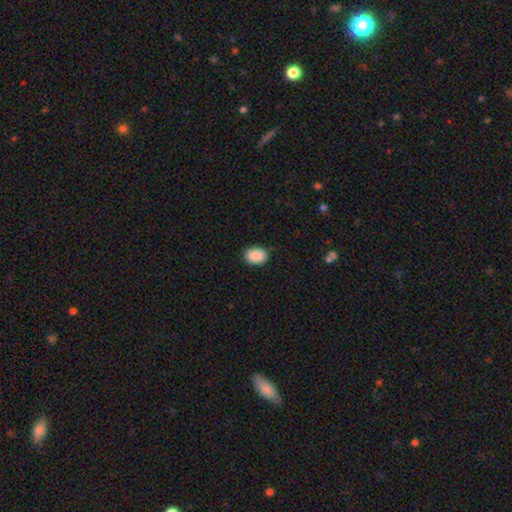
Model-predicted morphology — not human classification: smooth 89%, star or artifact 7%, featured or disk 4%. Down the decision tree: how rounded — in between (77%); merging — none (83%).